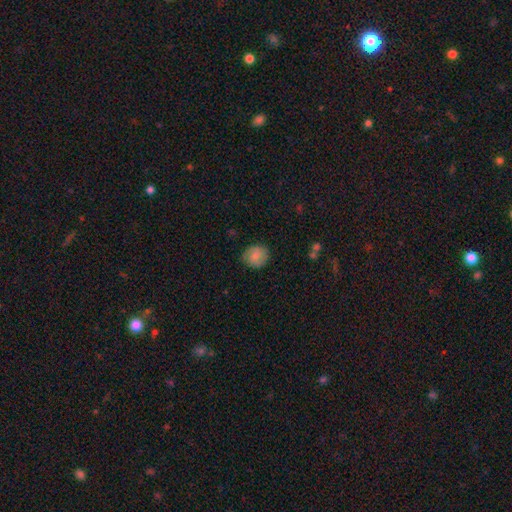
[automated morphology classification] smooth 73%, featured or disk 19%, star or artifact 8%. Down the decision tree: how rounded — round (78%); merging — none (81%).